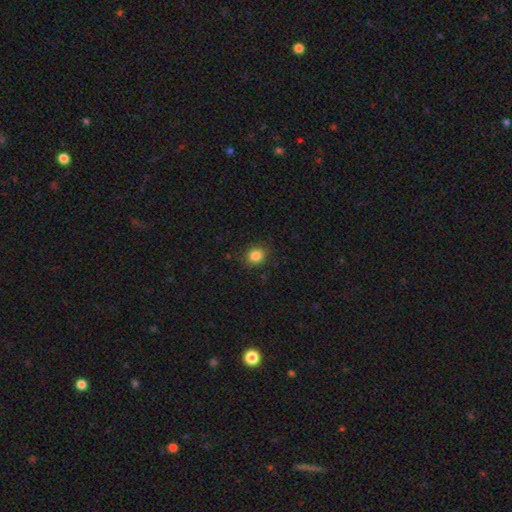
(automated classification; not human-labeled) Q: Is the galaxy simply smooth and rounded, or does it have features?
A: smooth — 85%.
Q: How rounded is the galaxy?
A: round — 73%.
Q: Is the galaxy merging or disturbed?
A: none — 87%.